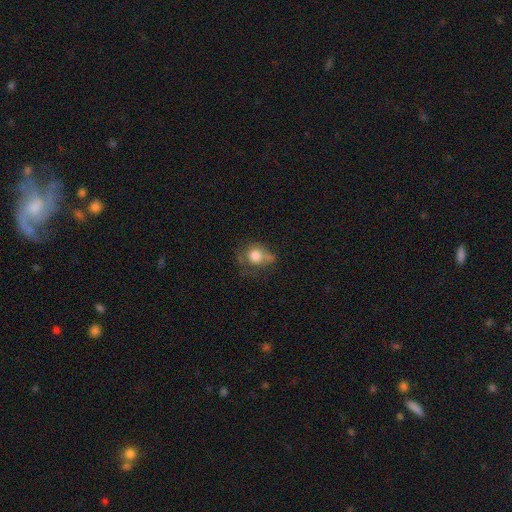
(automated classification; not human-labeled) Smooth or featured? smooth (73%)
How rounded? round (65%)
Merging? none (39%)